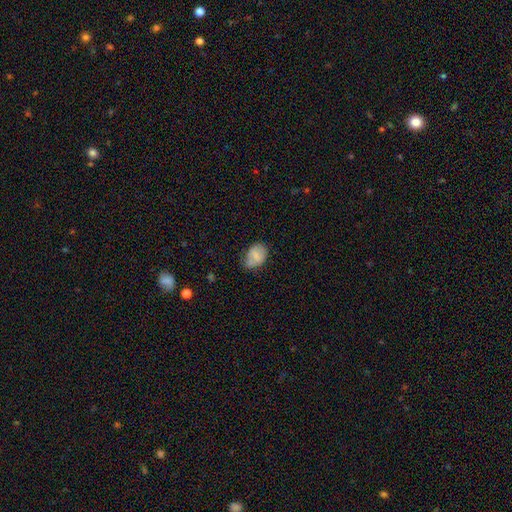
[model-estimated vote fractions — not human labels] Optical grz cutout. It shows a smooth galaxy with no disk features (76%) that is in between round and cigar-shaped (74%). Merging: none (57%).